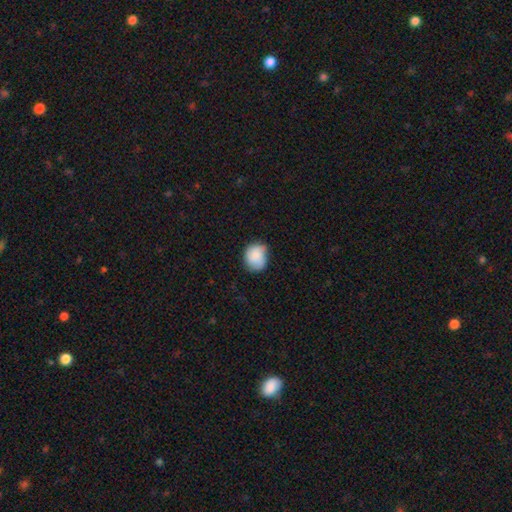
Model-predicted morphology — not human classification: Smooth or featured? smooth (84%)
How rounded? round (67%)
Merging? none (58%)